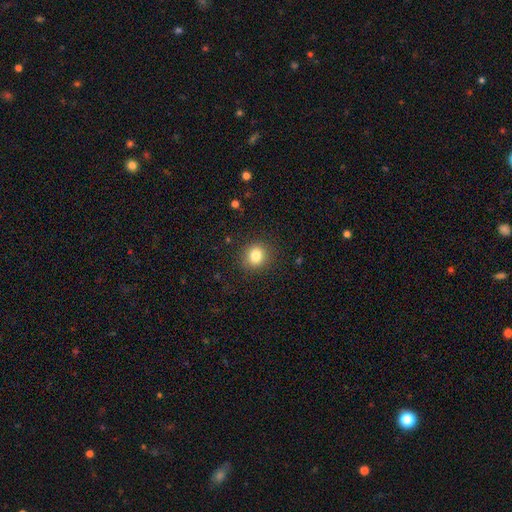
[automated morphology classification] type=smooth (82%); roundness=round (81%); merging=none (89%).